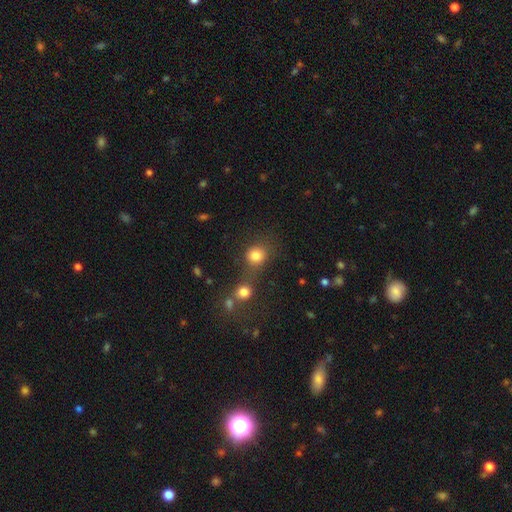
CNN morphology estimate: type=smooth (81%); roundness=round (79%); merging=none (52%).